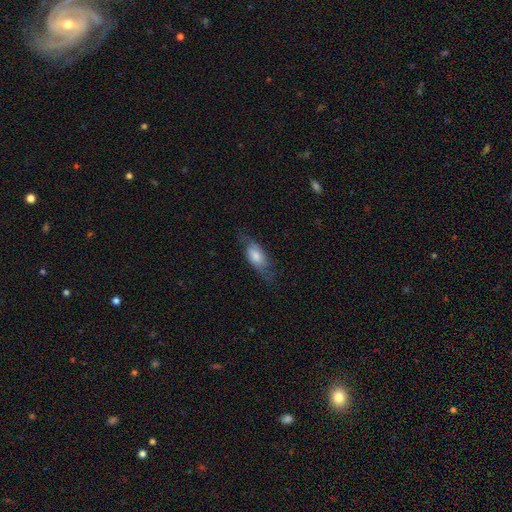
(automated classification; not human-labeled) smooth_or_featured: smooth (p=0.52) [alt: featured or disk p=0.41]
how_rounded: in between (p=0.77) [alt: cigar-shaped p=0.18]
merging: none (p=0.65) [alt: minor disturbance p=0.23]